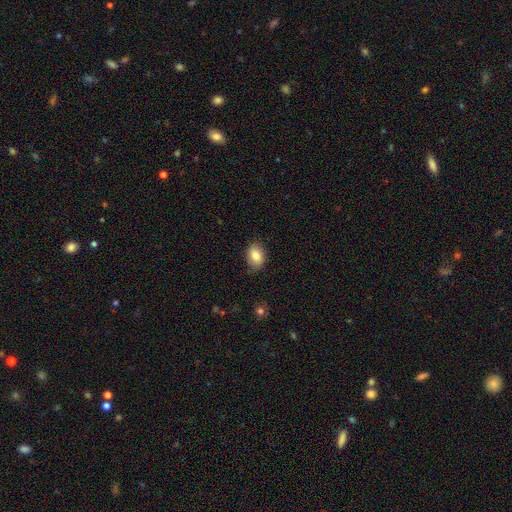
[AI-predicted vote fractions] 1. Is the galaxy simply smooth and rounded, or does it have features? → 82% smooth, 10% featured or disk, 8% star or artifact.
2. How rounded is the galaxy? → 81% in between, 17% round, 1% cigar-shaped.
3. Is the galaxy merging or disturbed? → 82% none, 15% minor disturbance, 3% major disturbance, 1% merger.